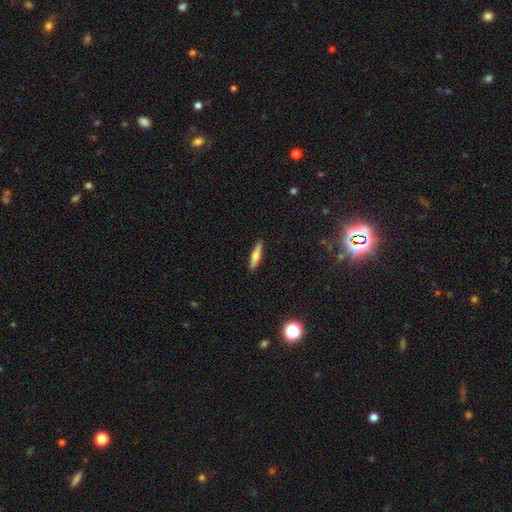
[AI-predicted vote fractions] Q: Smooth or featured?
A: smooth (58%); runner-up: featured or disk (36%)
Q: How rounded?
A: cigar-shaped (83%); runner-up: in between (15%)
Q: Merging?
A: none (90%); runner-up: minor disturbance (7%)